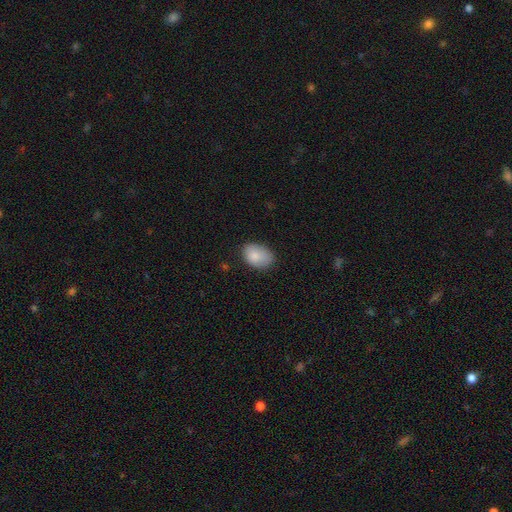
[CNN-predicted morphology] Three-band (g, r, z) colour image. It shows a smooth galaxy with no disk features (85%) that is in between round and cigar-shaped (78%). Merging: none (69%).